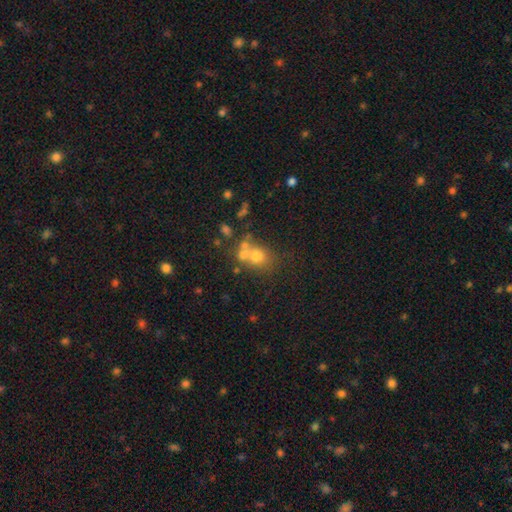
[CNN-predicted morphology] type=smooth (63%); roundness=round (73%); merging=merger (43%).